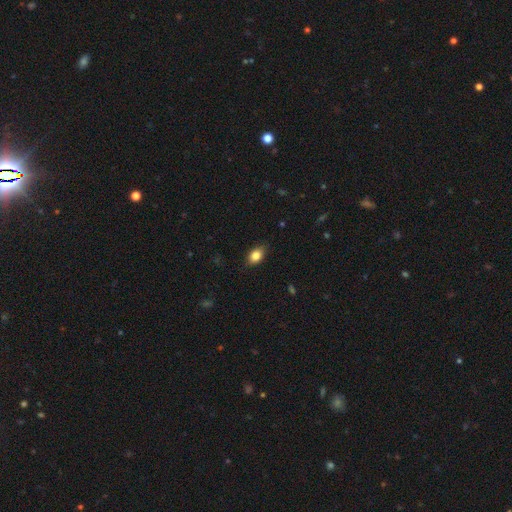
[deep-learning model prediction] smooth 84%, star or artifact 9%, featured or disk 7%. Down the decision tree: how rounded — in between (79%); merging — none (83%).